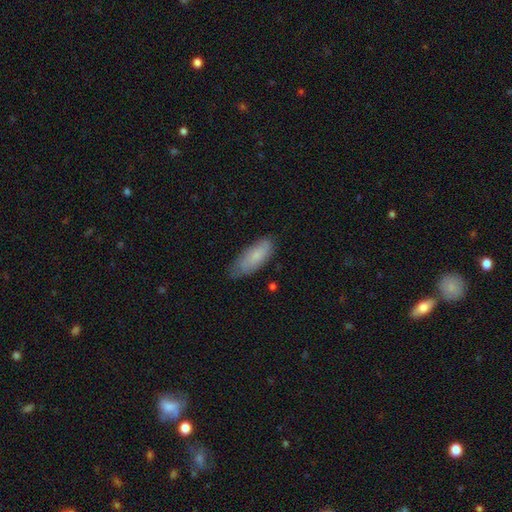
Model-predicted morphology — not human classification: This is likely a smooth galaxy (77%). How rounded: likely in between (72%). Merging: likely none (66%).